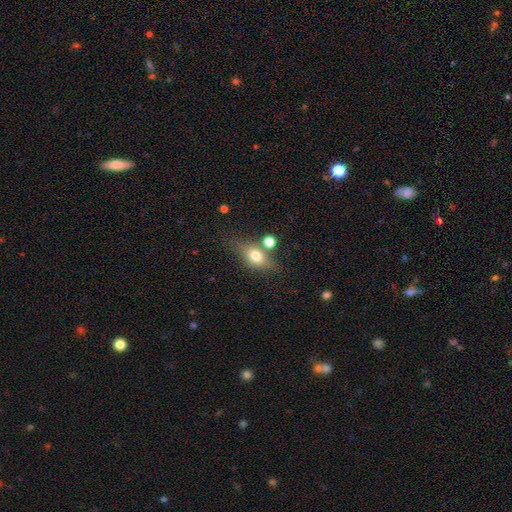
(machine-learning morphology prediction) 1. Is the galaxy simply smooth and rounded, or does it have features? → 69% smooth, 21% featured or disk, 10% star or artifact.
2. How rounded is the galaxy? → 69% in between, 22% round, 9% cigar-shaped.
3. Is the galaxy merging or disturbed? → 60% none, 18% minor disturbance, 15% merger, 7% major disturbance.